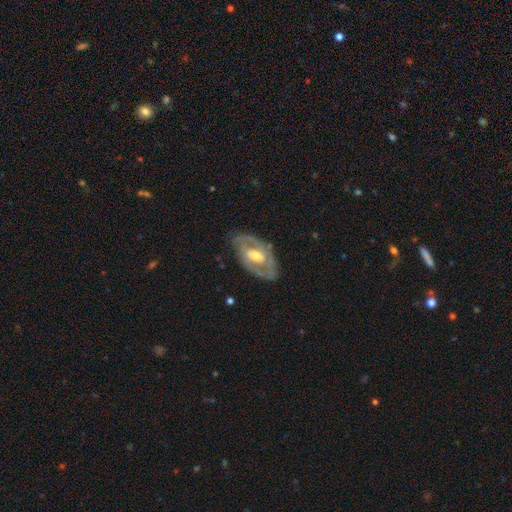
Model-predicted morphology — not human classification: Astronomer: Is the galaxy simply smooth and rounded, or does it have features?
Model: featured or disk — 81%.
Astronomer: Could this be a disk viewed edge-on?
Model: no — 93%.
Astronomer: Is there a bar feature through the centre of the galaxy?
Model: weak — 41% (runner-up: no, 36%).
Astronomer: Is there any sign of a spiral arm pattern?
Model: yes — 77%.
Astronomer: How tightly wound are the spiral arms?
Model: tight — 46% (runner-up: medium, 41%).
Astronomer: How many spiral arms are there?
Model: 2 — 73%.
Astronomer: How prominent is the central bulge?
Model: moderate — 67%.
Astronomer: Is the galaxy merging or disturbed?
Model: none — 76%.